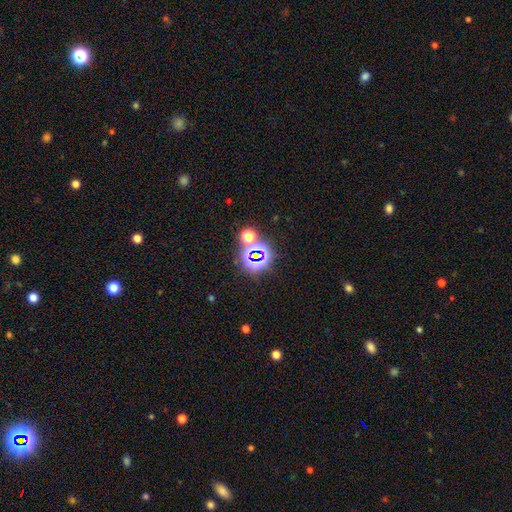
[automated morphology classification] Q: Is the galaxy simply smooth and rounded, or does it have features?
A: star or artifact — 64%.